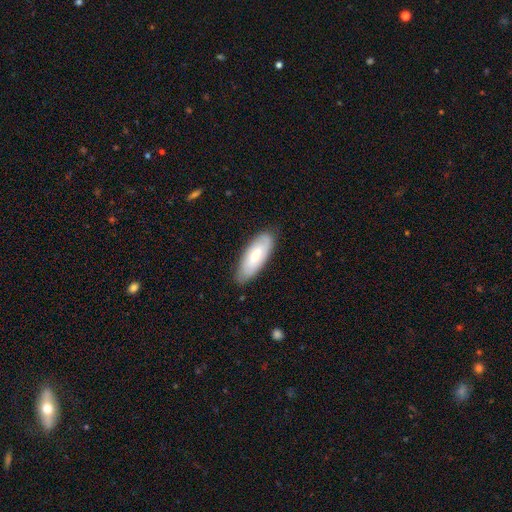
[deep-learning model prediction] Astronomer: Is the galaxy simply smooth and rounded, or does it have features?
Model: smooth — 59% (runner-up: featured or disk, 36%).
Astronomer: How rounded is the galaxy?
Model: in between — 76%.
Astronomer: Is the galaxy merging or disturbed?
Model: none — 83%.